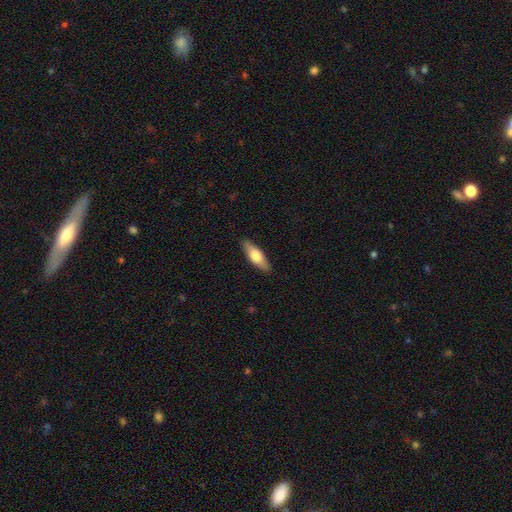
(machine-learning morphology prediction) type=smooth (58%); roundness=in between (51%); merging=none (88%).